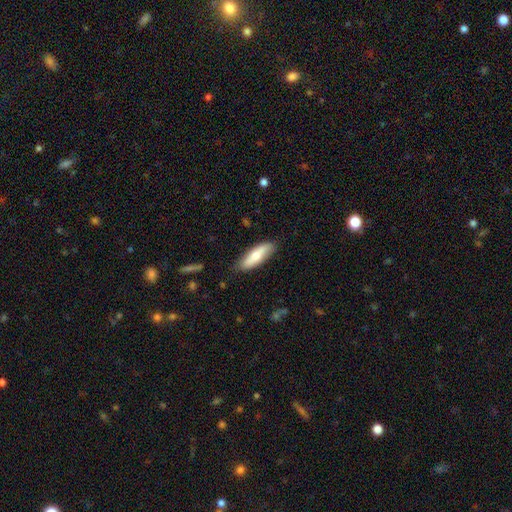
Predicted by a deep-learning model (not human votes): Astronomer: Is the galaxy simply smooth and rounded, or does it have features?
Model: smooth — 64%.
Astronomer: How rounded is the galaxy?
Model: in between — 53% (runner-up: cigar-shaped, 45%).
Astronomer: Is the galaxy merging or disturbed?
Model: none — 82%.